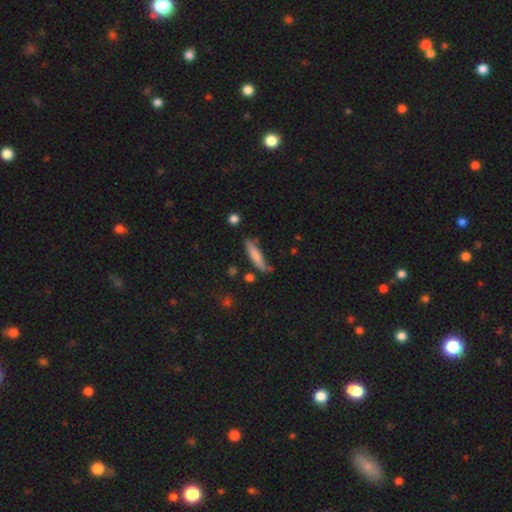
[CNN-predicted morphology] Overall: smooth (74%). How rounded: cigar-shaped (81%). Merging: none (72%).